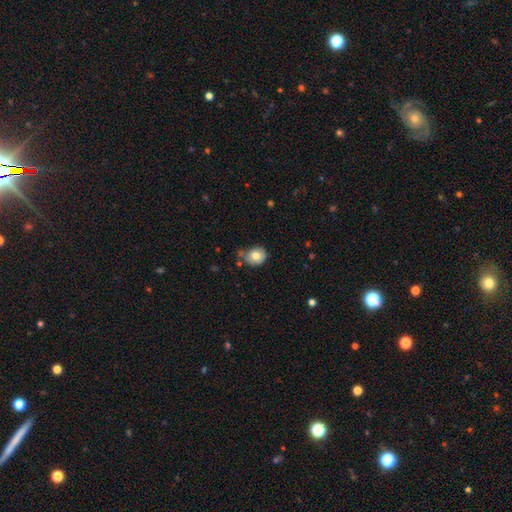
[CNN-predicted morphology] smooth-or-featured: smooth: 75% | featured or disk: 16% | star or artifact: 9%
  how-rounded: round: 68% | in between: 31% | cigar-shaped: 1%
  merging: none: 52% | minor disturbance: 31% | major disturbance: 9% | merger: 8%